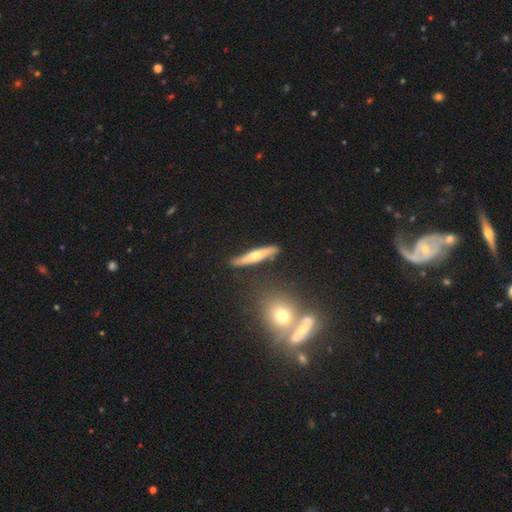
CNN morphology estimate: Smooth or featured? Predicted: featured or disk (p=0.50). Merging? Predicted: none (p=0.83).